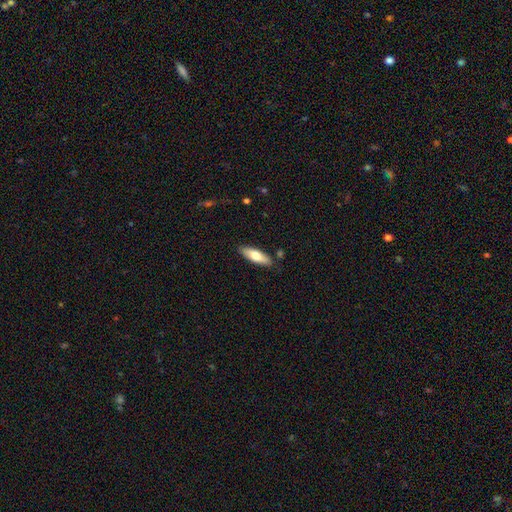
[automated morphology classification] type=smooth (70%); roundness=in between (53%); merging=none (85%).